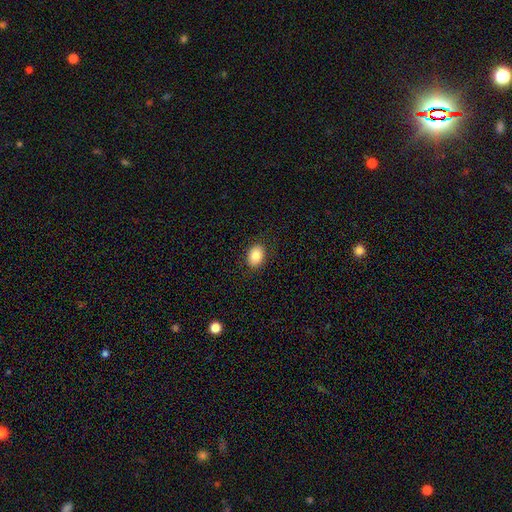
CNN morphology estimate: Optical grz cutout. It shows a smooth galaxy with no disk features (83%) that is in between round and cigar-shaped (72%). Merging: none (88%).